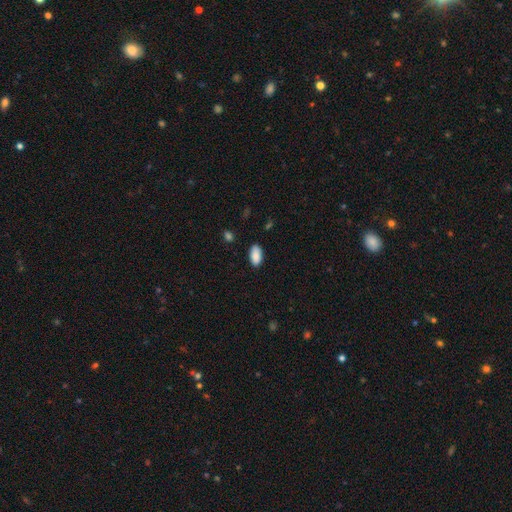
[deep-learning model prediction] Q: Smooth or featured?
A: smooth (90%); runner-up: star or artifact (7%)
Q: How rounded?
A: in between (94%); runner-up: cigar-shaped (3%)
Q: Merging?
A: none (86%); runner-up: minor disturbance (11%)